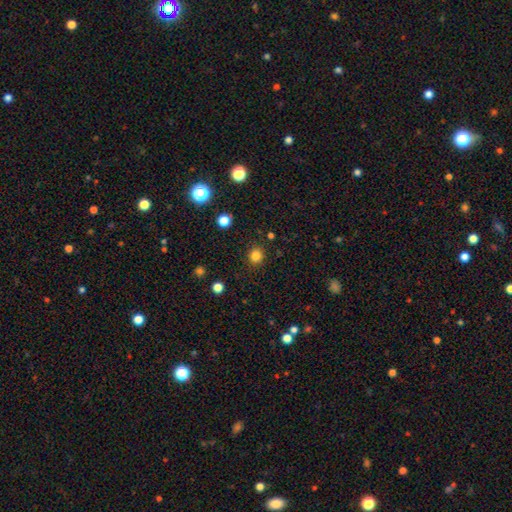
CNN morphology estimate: A smooth galaxy with no disk features (82%) that is round (87%). Merging: none (89%).